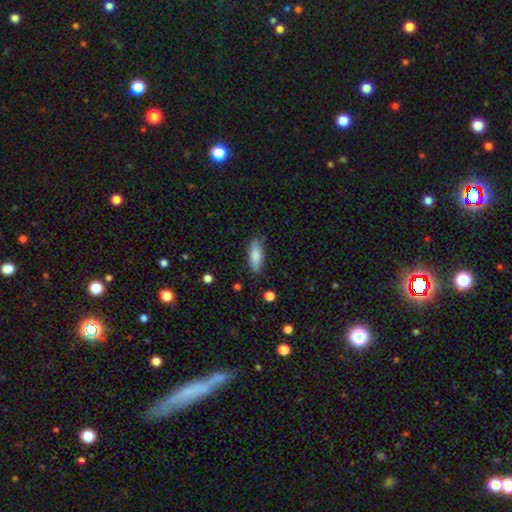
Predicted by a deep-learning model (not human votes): A smooth galaxy with no disk features (81%) that is in between round and cigar-shaped (63%).

Vote fractions:
- Smooth or featured? smooth: 81% / featured or disk: 13% / star or artifact: 6%
- How rounded? in between: 63% / cigar-shaped: 35% / round: 2%
- Merging? none: 82% / minor disturbance: 14% / major disturbance: 3% / merger: 1%